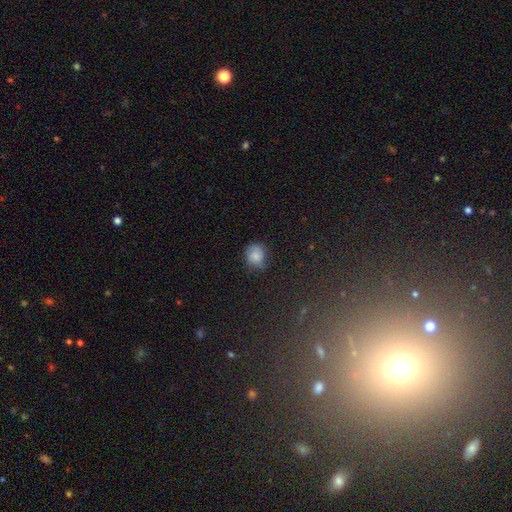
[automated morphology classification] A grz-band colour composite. It shows a smooth galaxy with no disk features (73%) that is round (65%). Merging: none (63%).